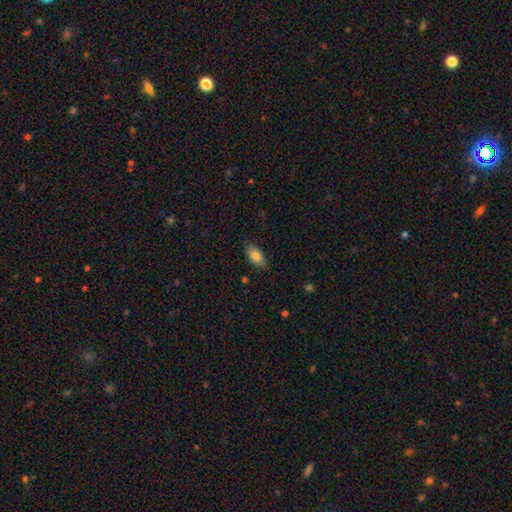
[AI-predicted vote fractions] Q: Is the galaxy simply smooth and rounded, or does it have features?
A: smooth — 80%.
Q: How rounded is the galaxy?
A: in between — 90%.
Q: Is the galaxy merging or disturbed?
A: none — 86%.